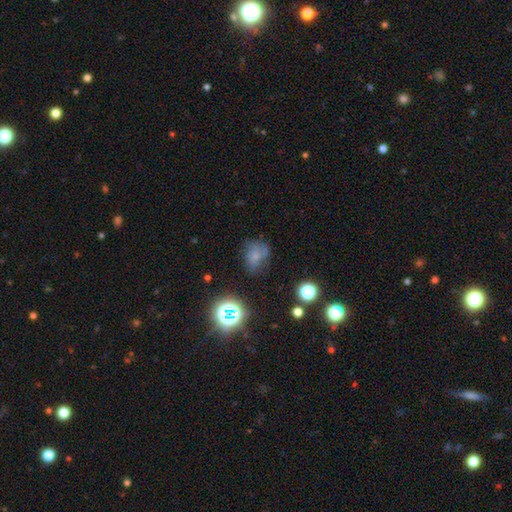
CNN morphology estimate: Overall: smooth (56%; star or artifact 24%). How rounded: in between (54%; round 45%). Merging: none (50%; minor disturbance 27%).